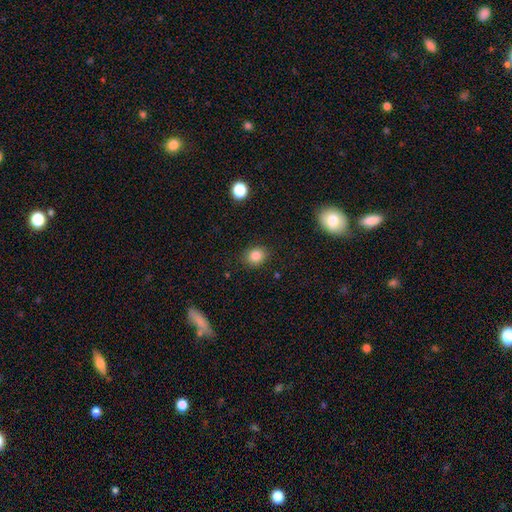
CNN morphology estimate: smooth 84%, star or artifact 11%, featured or disk 5%. Down the decision tree: how rounded — round (65%); merging — none (87%).